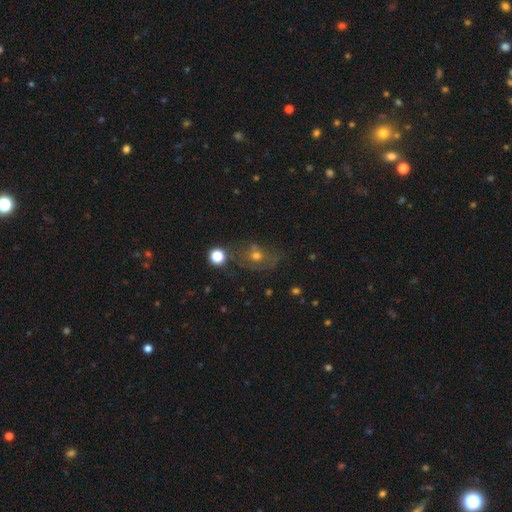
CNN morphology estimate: type=smooth (48%); merging=none (46%).